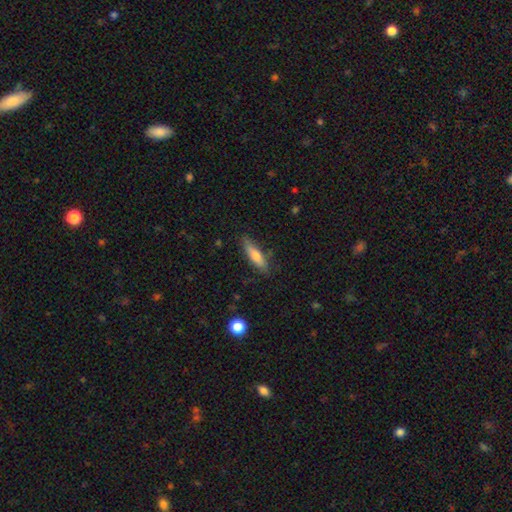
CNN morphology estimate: A smooth galaxy with no disk features (63%) that is cigar-shaped (73%).

Vote fractions:
- Smooth or featured? smooth: 63% / featured or disk: 31% / star or artifact: 6%
- How rounded? cigar-shaped: 73% / in between: 25% / round: 2%
- Merging? none: 80% / minor disturbance: 15% / major disturbance: 3% / merger: 2%